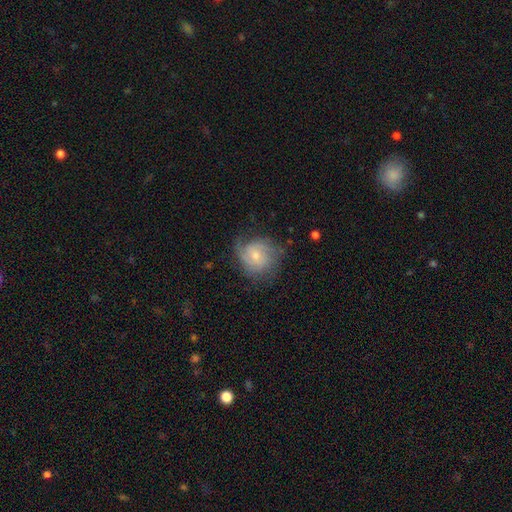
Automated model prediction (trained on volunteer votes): Smooth or featured: featured or disk — 59% (smooth — 34%)
Edge-on disk: no — 97% (yes — 3%)
Bar: no — 71% (weak — 26%)
Spiral arms: yes — 88% (no — 12%)
Spiral winding: tight — 43% (medium — 38%)
Spiral arm count: can't tell — 33% (2 — 29%)
Bulge size: small — 51% (moderate — 43%)
Merging: none — 61% (minor disturbance — 24%)